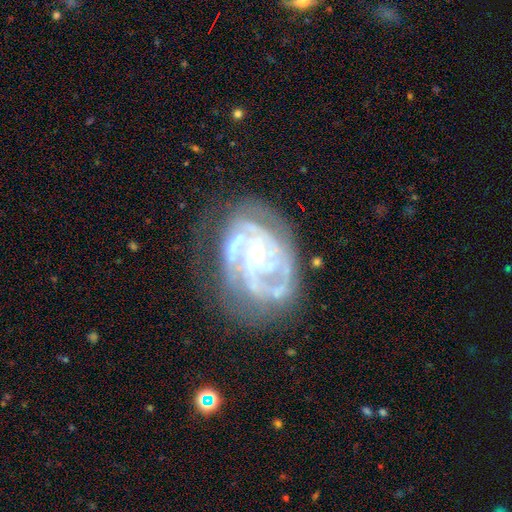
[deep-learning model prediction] smooth_or_featured: featured or disk (p=0.88) [alt: star or artifact p=0.06]
disk_edge_on: no (p=0.98) [alt: yes p=0.02]
bar: no (p=0.68) [alt: weak p=0.24]
has_spiral_arms: yes (p=0.95) [alt: no p=0.05]
spiral_winding: tight (p=0.62) [alt: medium p=0.32]
spiral_arm_count: 3 (p=0.33) [alt: can't tell p=0.21]
bulge_size: small (p=0.78) [alt: moderate p=0.16]
merging: none (p=0.57) [alt: minor disturbance p=0.23]